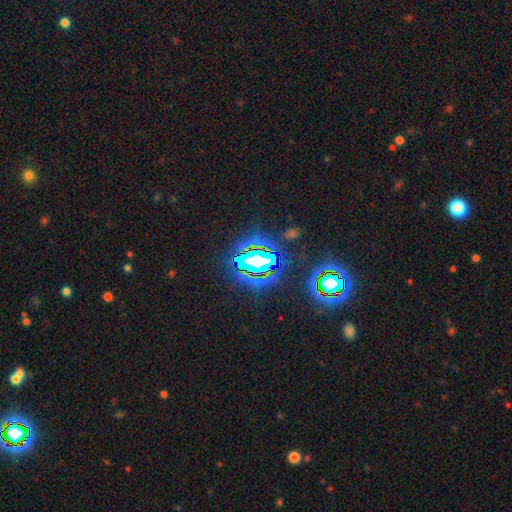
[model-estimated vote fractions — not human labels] Smooth or featured? Predicted: star or artifact (p=0.72).